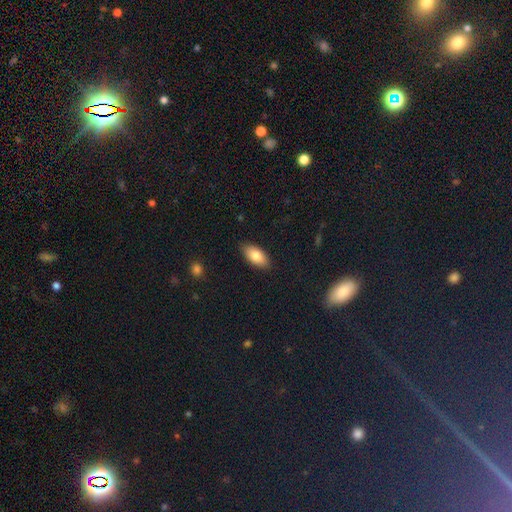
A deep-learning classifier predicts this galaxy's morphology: Smooth or featured? Predicted: smooth (p=0.81). How rounded? Predicted: in between (p=0.91). Merging? Predicted: none (p=0.87).